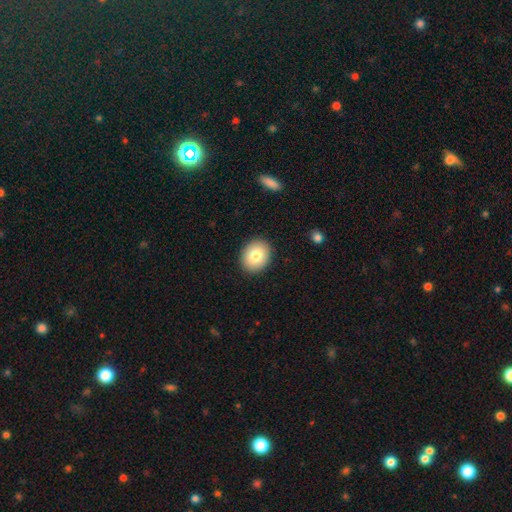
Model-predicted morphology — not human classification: smooth 81%, featured or disk 12%, star or artifact 8%. Down the decision tree: how rounded — in between (50%); merging — none (90%).